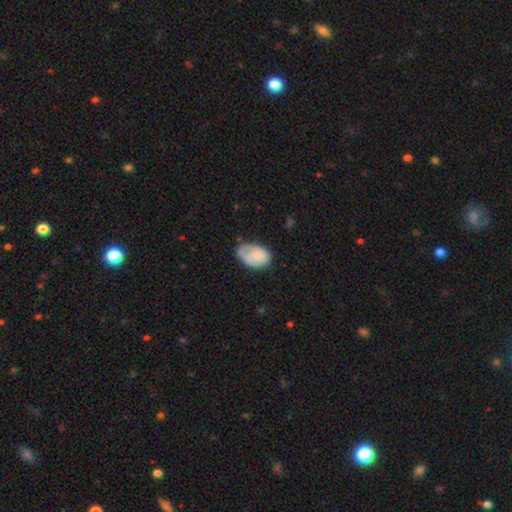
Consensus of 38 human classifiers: Morphology: type=smooth (82%); roundness=in between (87%); merging=none (53%).